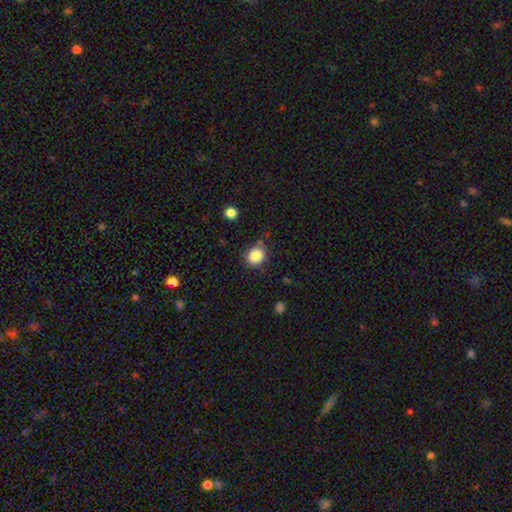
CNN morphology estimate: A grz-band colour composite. It shows a smooth galaxy with no disk features (86%) that is round (75%). Merging: none (80%).